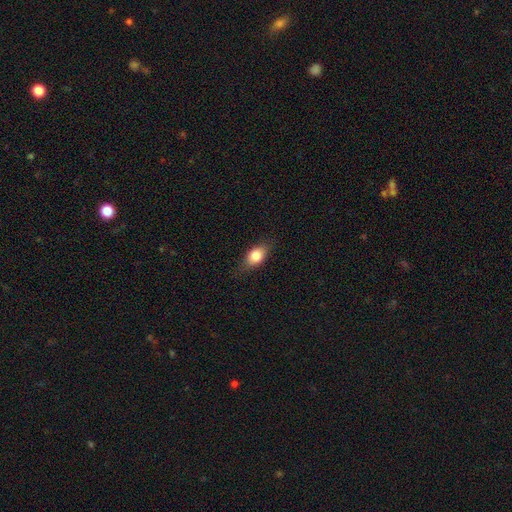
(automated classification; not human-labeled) This is likely a smooth galaxy (79%). How rounded: likely in between (79%). Merging: likely none (80%).